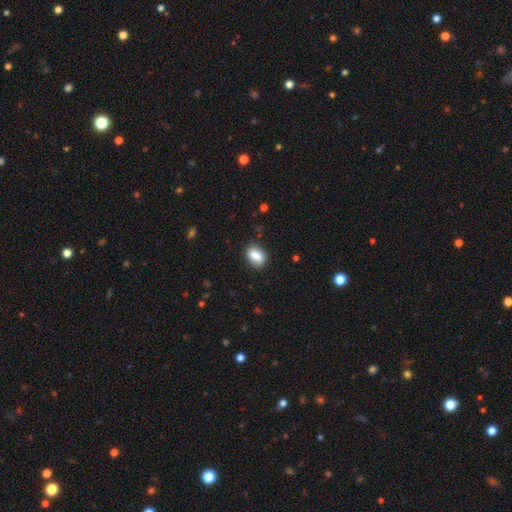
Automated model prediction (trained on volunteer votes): The model was most divided on "how rounded": in between: 78%, round: 20%, cigar-shaped: 2%. More confident: smooth or featured — smooth (86%); merging — none (83%).